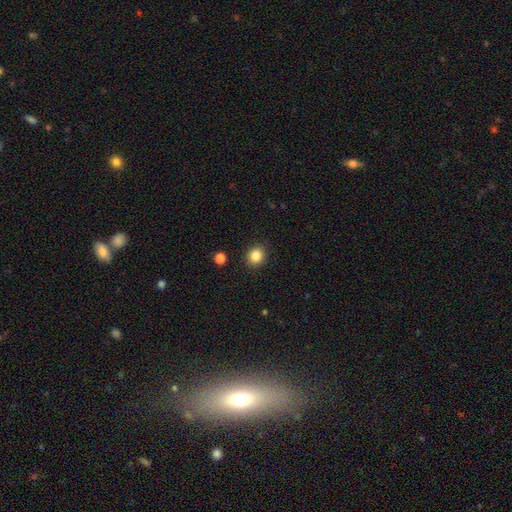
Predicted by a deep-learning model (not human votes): Overall: smooth (85%). How rounded: round (77%). Merging: none (90%).